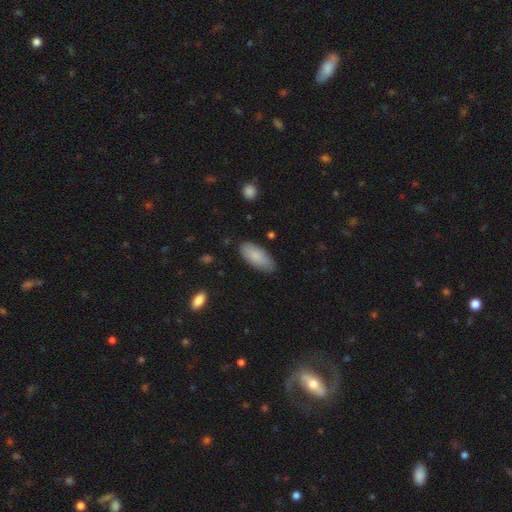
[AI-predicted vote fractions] Smooth or featured: smooth — 81% (featured or disk — 13%)
How rounded: in between — 88% (cigar-shaped — 11%)
Merging: none — 79% (minor disturbance — 17%)